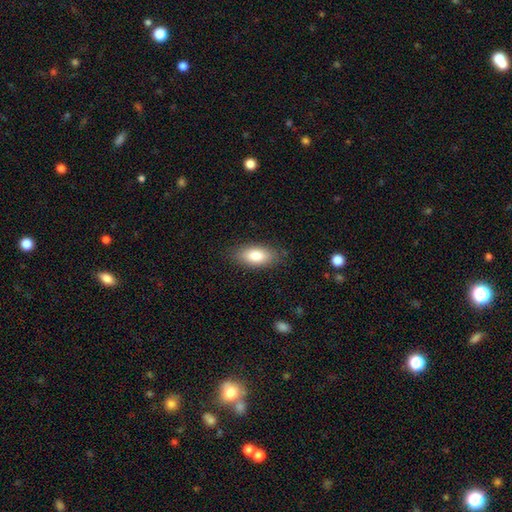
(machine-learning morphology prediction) Q: Smooth or featured?
A: smooth (82%); runner-up: featured or disk (12%)
Q: How rounded?
A: in between (88%); runner-up: cigar-shaped (9%)
Q: Merging?
A: none (84%); runner-up: minor disturbance (12%)